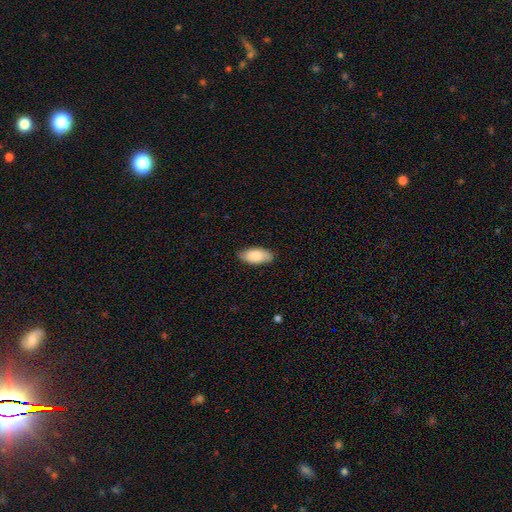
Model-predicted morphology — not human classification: This appears to be a smooth galaxy with no disk features (85%) that is in between round and cigar-shaped (90%). Merging: none (86%).